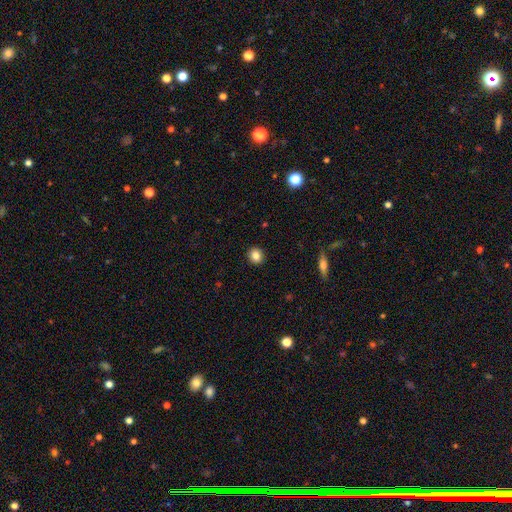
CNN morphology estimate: Smooth or featured? Predicted: smooth (p=0.85). How rounded? Predicted: round (p=0.87). Merging? Predicted: none (p=0.92).